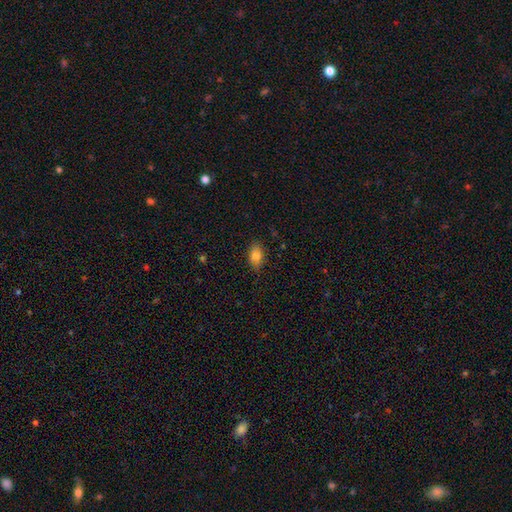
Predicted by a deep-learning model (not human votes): The model was most divided on "merging": none: 85%, minor disturbance: 11%, major disturbance: 3%, merger: 1%. More confident: how rounded — in between (88%); smooth or featured — smooth (83%).